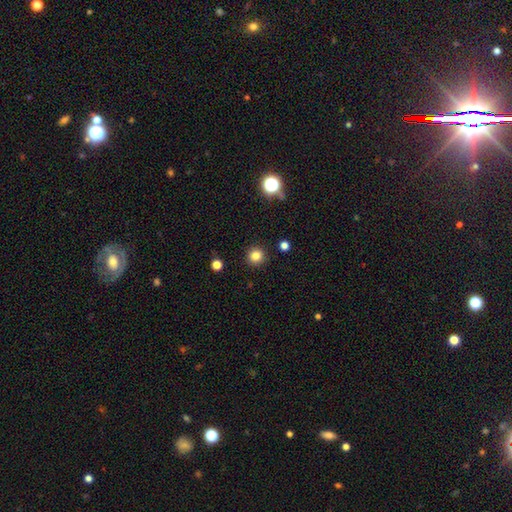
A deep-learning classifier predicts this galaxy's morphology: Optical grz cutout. It shows a smooth galaxy with no disk features (82%) that is round (94%). Merging: none (91%).